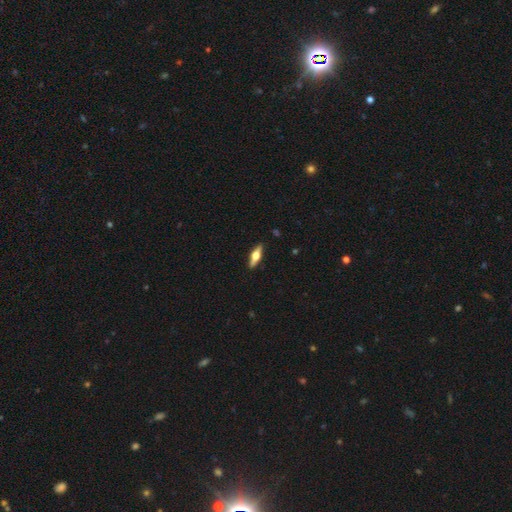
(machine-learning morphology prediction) Smooth or featured: featured or disk — 58% (smooth — 36%)
Edge-on disk: yes — 94% (no — 6%)
Edge-on bulge: rounded — 94% (boxy — 4%)
Merging: none — 88% (minor disturbance — 9%)